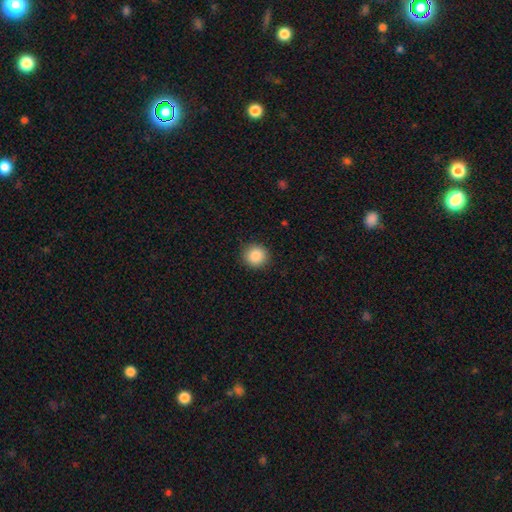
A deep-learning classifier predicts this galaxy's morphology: The model was most divided on "smooth or featured": smooth: 87%, star or artifact: 9%, featured or disk: 4%. More confident: how rounded — round (91%); merging — none (90%).